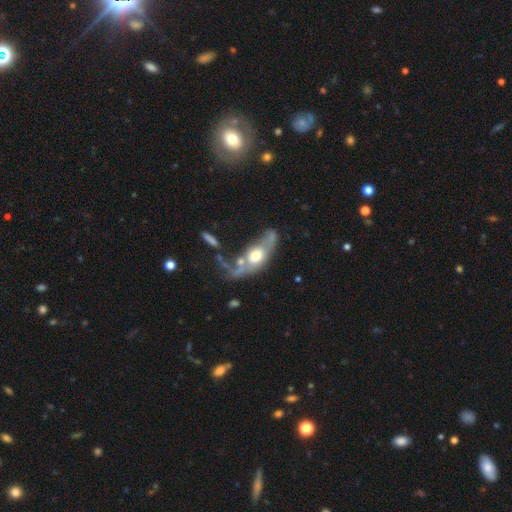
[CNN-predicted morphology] Smooth or featured?
  - featured or disk: 54% *
  - smooth: 39%
  - star or artifact: 8%
Edge-on disk?
  - no: 74% *
  - yes: 26%
Merging?
  - none: 28% *
  - merger: 27%
  - major disturbance: 27%
  - minor disturbance: 18%